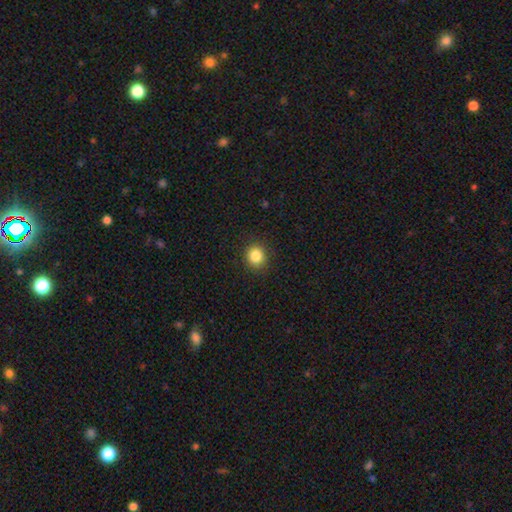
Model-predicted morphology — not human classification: Smooth or featured?
  - smooth: 85% *
  - star or artifact: 11%
  - featured or disk: 5%
How rounded?
  - round: 84% *
  - in between: 15%
  - cigar-shaped: 1%
Merging?
  - none: 90% *
  - minor disturbance: 7%
  - major disturbance: 2%
  - merger: 1%